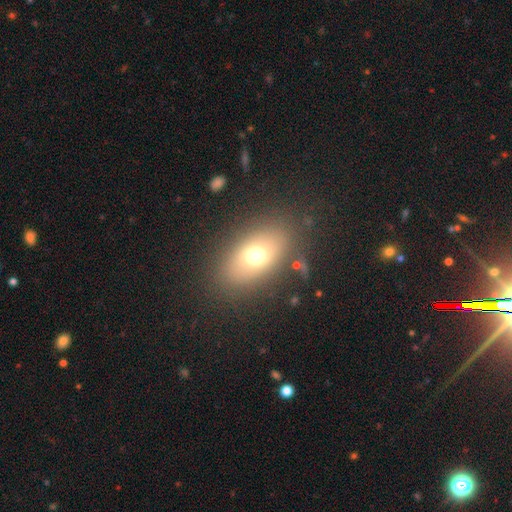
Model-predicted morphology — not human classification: Smooth or featured? Predicted: smooth (p=0.63). How rounded? Predicted: in between (p=0.79). Merging? Predicted: none (p=0.80).